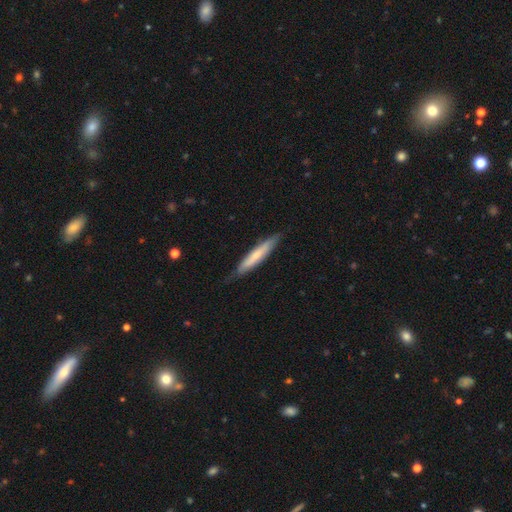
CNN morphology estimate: Smooth or featured? Predicted: smooth (p=0.58). How rounded? Predicted: cigar-shaped (p=0.92). Merging? Predicted: none (p=0.77).